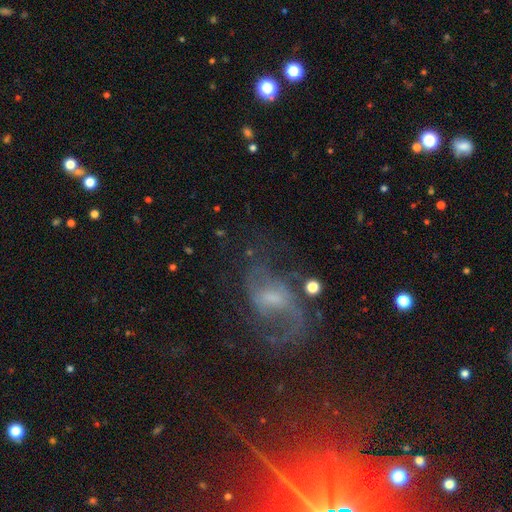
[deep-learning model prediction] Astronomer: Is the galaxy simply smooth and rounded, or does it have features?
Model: featured or disk — 71%.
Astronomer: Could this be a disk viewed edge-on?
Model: no — 96%.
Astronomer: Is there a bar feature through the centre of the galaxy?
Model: weak — 51% (runner-up: no, 34%).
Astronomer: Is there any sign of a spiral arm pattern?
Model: yes — 88%.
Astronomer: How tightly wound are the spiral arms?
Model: loose — 44% (runner-up: medium, 42%).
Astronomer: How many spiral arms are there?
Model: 2 — 74%.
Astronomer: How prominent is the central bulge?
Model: small — 49% (runner-up: moderate, 33%).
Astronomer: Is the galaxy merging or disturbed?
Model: none — 57%.